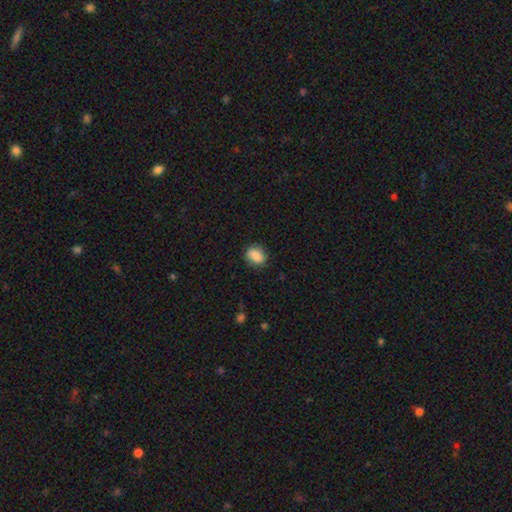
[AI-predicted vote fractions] Q: Smooth or featured?
A: smooth (82%); runner-up: featured or disk (10%)
Q: How rounded?
A: round (50%); runner-up: in between (48%)
Q: Merging?
A: none (81%); runner-up: minor disturbance (14%)